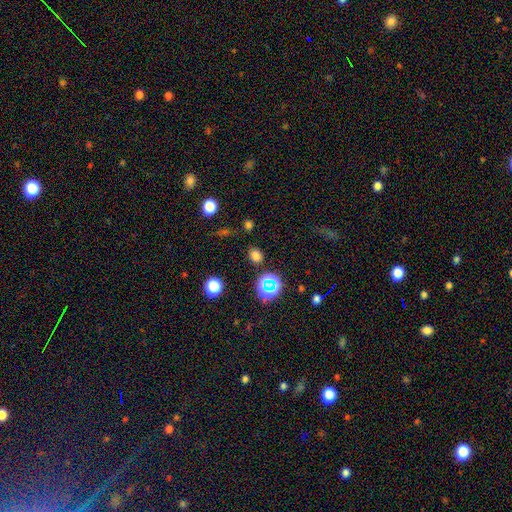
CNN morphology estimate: Smooth or featured?
  - smooth: 70% *
  - star or artifact: 25%
  - featured or disk: 5%
How rounded?
  - round: 65% *
  - in between: 33%
  - cigar-shaped: 1%
Merging?
  - none: 84% *
  - minor disturbance: 9%
  - major disturbance: 3%
  - merger: 3%